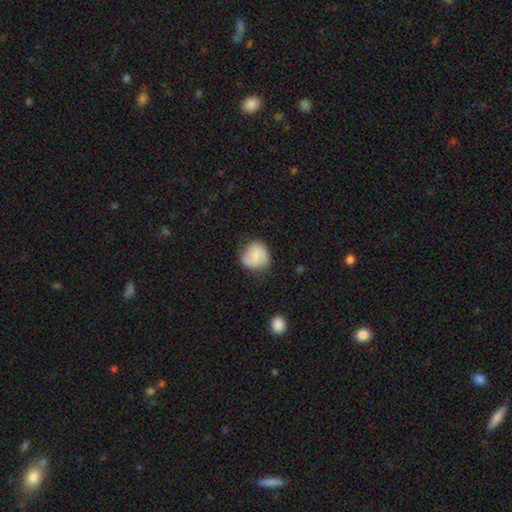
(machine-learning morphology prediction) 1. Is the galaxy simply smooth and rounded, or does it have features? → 68% smooth, 24% featured or disk, 8% star or artifact.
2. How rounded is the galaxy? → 82% round, 17% in between, 1% cigar-shaped.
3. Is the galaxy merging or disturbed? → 66% none, 24% minor disturbance, 7% major disturbance, 2% merger.